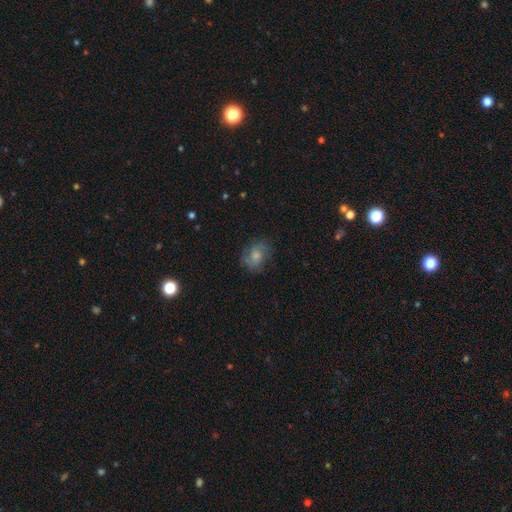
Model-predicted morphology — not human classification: Smooth or featured? smooth (59%)
How rounded? in between (57%)
Merging? none (66%)